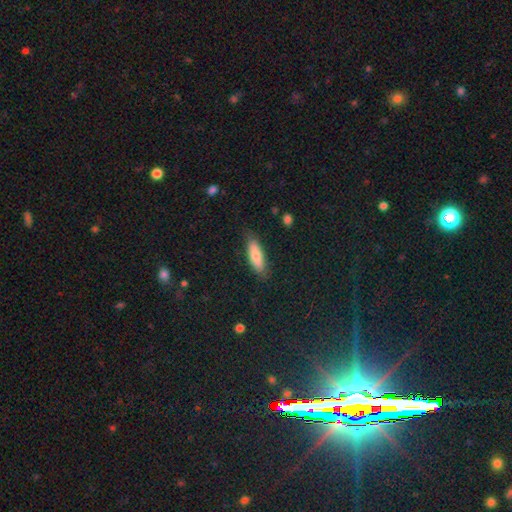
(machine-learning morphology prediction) This appears to be a smooth galaxy with no disk features (74%) that is in between round and cigar-shaped (53%). Merging: none (83%).